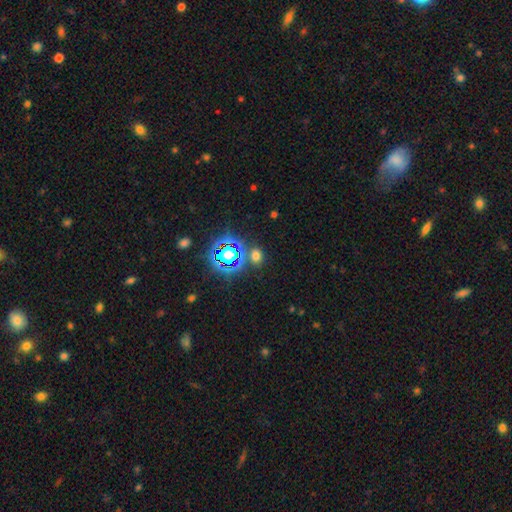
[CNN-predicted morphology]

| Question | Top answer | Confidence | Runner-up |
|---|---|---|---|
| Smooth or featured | smooth | 55% | star or artifact (39%) |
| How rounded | round | 50% | in between (48%) |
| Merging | none | 78% | minor disturbance (9%) |